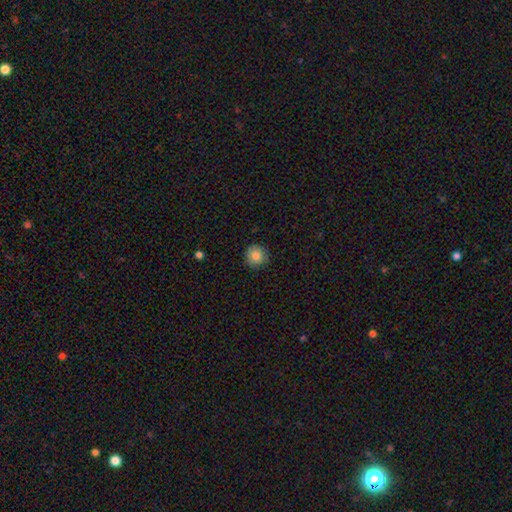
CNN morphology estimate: smooth-or-featured: smooth: 84% | star or artifact: 9% | featured or disk: 7%
  how-rounded: round: 94% | in between: 5% | cigar-shaped: 1%
  merging: none: 87% | minor disturbance: 10% | major disturbance: 2% | merger: 1%